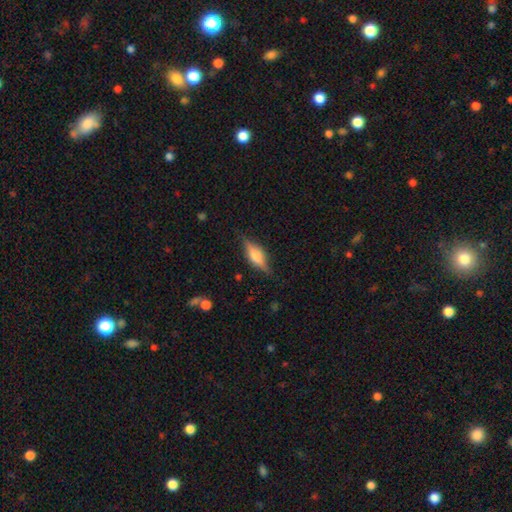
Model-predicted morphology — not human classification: featured or disk 62%, smooth 31%, star or artifact 8%. Down the decision tree: edge-on disk — yes (95%); edge-on bulge — rounded (82%); merging — none (83%).